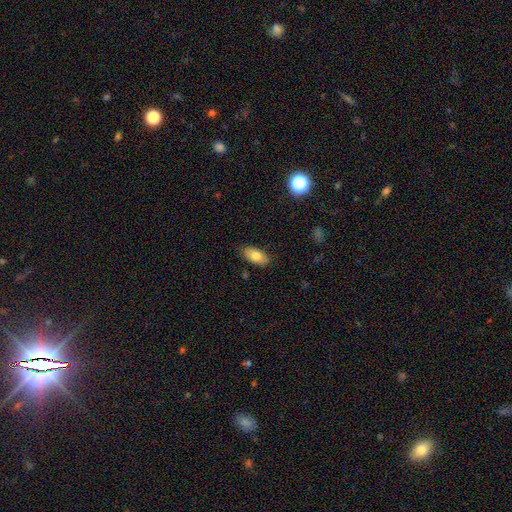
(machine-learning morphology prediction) Smooth or featured: smooth — 80% (featured or disk — 13%)
How rounded: in between — 92% (cigar-shaped — 5%)
Merging: none — 84% (minor disturbance — 12%)